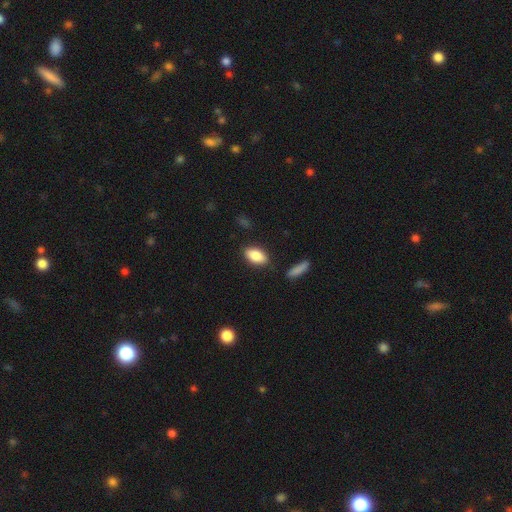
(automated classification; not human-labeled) Overall: smooth (84%). How rounded: in between (90%). Merging: none (83%).